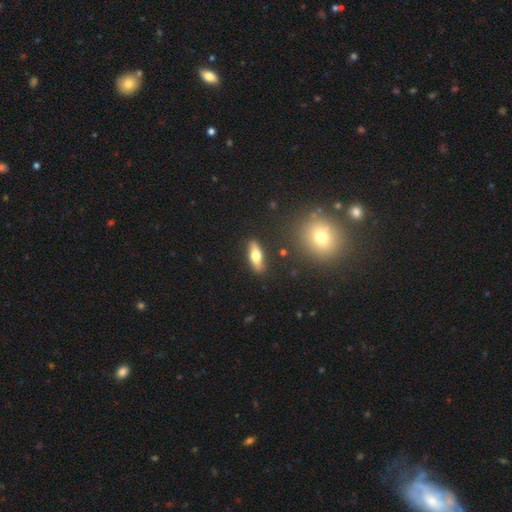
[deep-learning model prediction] A smooth galaxy with no disk features (57%) that is in between round and cigar-shaped (54%).

Vote fractions:
- Smooth or featured? smooth: 57% / featured or disk: 37% / star or artifact: 7%
- How rounded? in between: 54% / cigar-shaped: 42% / round: 4%
- Merging? none: 87% / minor disturbance: 9% / major disturbance: 2% / merger: 2%